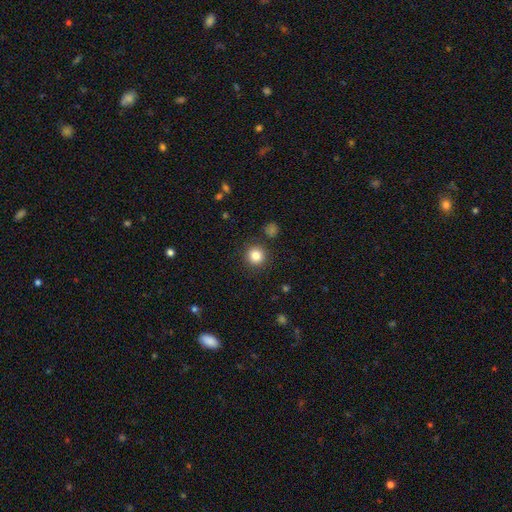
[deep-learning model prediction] Q: Smooth or featured?
A: smooth (84%); runner-up: star or artifact (11%)
Q: How rounded?
A: round (94%); runner-up: in between (5%)
Q: Merging?
A: none (89%); runner-up: minor disturbance (6%)